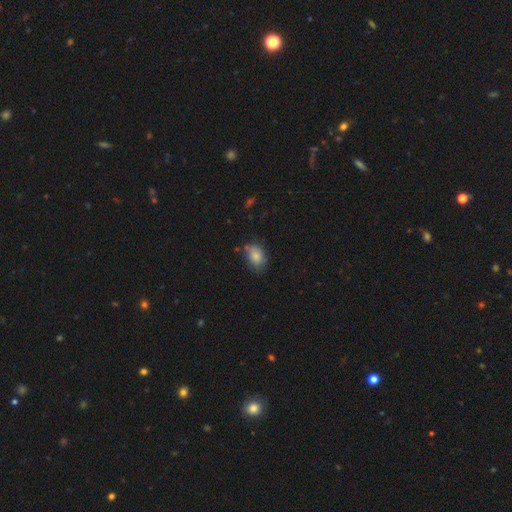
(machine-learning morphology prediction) type=smooth (83%); roundness=in between (78%); merging=none (63%).